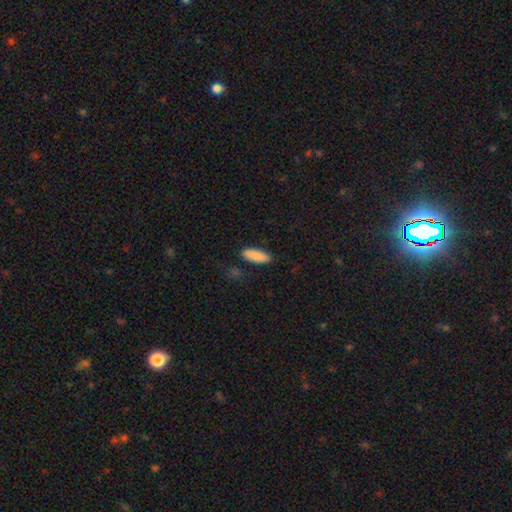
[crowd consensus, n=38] A smooth galaxy with no disk features (92%) that is in between round and cigar-shaped (77%).

Vote fractions:
- Smooth or featured? smooth: 92% / star or artifact: 5% / featured or disk: 3%
- How rounded? in between: 77% / cigar-shaped: 23% / round: 0%
- Merging? none: 86% / minor disturbance: 8% / major disturbance: 6% / merger: 0%